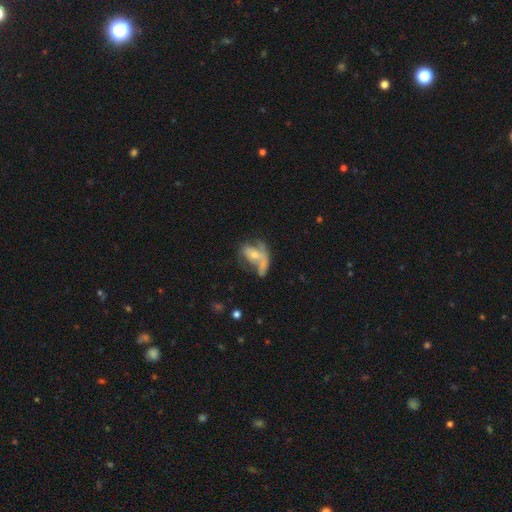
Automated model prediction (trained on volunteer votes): Smooth or featured: featured or disk — 52% (smooth — 39%)
Edge-on disk: no — 93% (yes — 7%)
Merging: major disturbance — 42% (none — 22%)